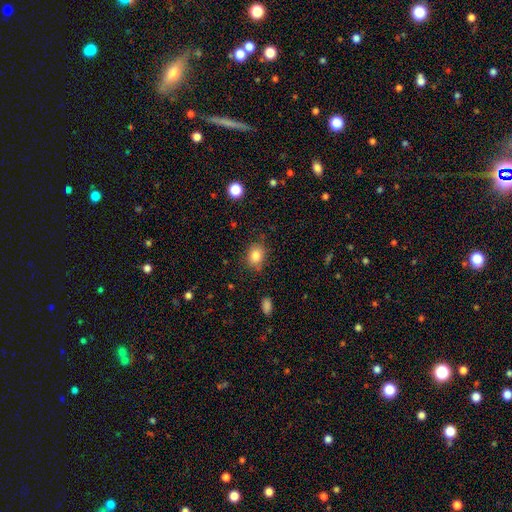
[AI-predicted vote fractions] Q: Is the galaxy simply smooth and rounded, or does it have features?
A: smooth — 83%.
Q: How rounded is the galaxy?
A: in between — 53%.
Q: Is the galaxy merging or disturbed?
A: none — 80%.